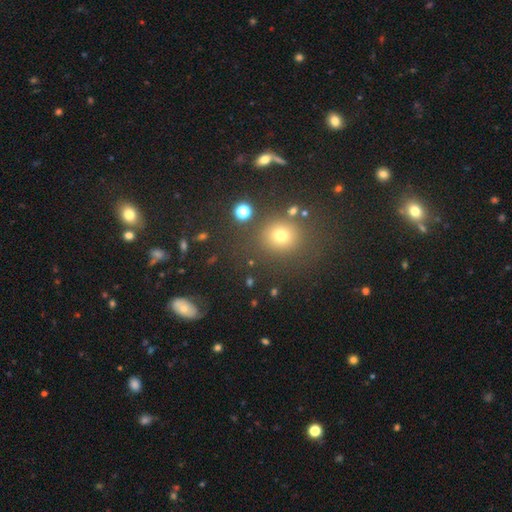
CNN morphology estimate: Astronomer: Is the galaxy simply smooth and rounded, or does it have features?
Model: smooth — 50% (runner-up: star or artifact, 41%).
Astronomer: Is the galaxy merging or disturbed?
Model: none — 80%.